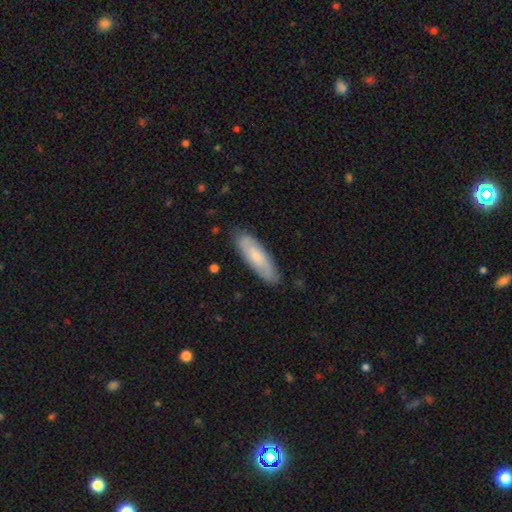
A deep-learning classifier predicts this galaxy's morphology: type=smooth (58%); roundness=cigar-shaped (50%); merging=none (84%).